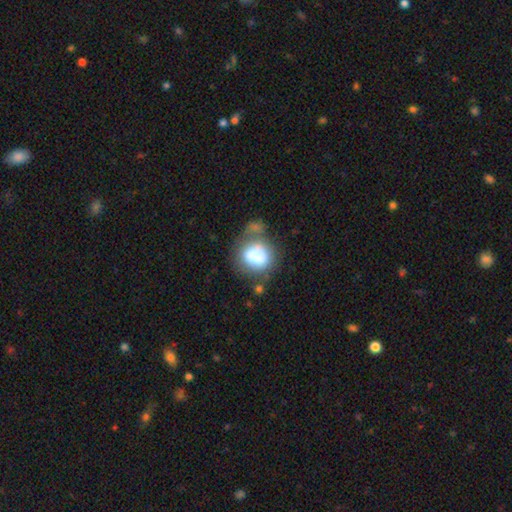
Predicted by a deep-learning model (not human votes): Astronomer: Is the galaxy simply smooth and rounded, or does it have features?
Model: smooth — 73%.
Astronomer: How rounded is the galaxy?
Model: round — 63%.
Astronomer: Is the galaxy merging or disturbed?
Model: none — 34% (runner-up: merger, 24%).